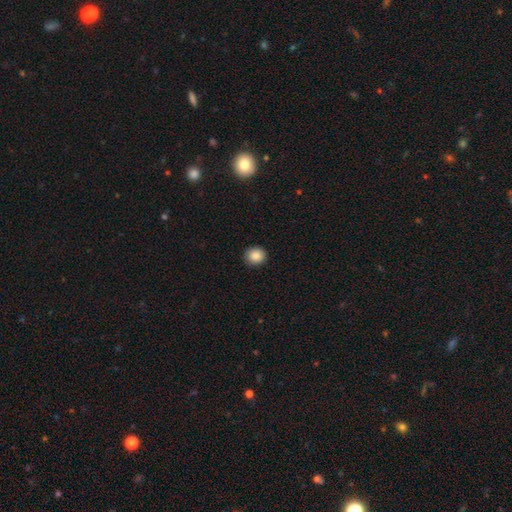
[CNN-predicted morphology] smooth 88%, star or artifact 9%, featured or disk 3%. Down the decision tree: how rounded — round (82%); merging — none (91%).